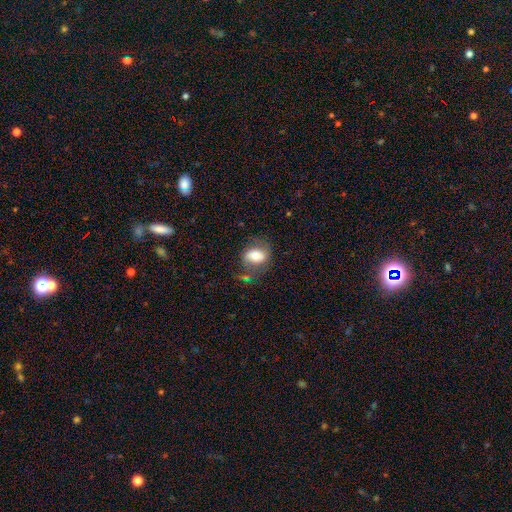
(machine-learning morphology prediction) smooth-or-featured: smooth: 56% | featured or disk: 36% | star or artifact: 8%
  how-rounded: in between: 70% | round: 28% | cigar-shaped: 2%
  merging: none: 58% | minor disturbance: 23% | major disturbance: 14% | merger: 6%